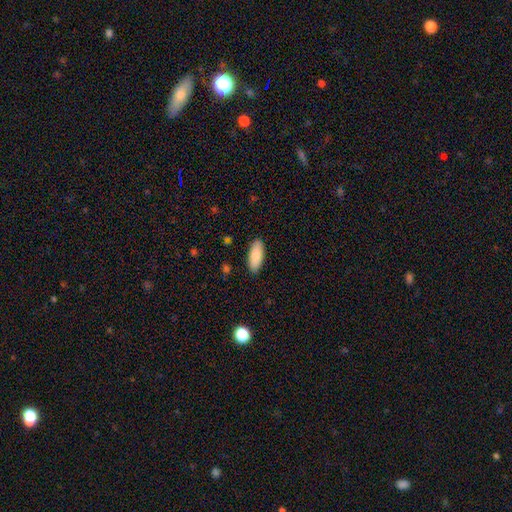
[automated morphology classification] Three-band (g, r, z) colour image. It shows a smooth galaxy with no disk features (87%) that is in between round and cigar-shaped (80%). Merging: none (89%).